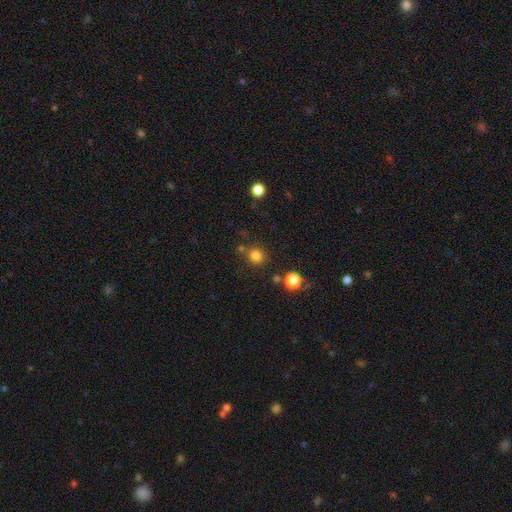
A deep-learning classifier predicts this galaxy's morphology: Smooth or featured? smooth (81%)
How rounded? round (88%)
Merging? none (80%)